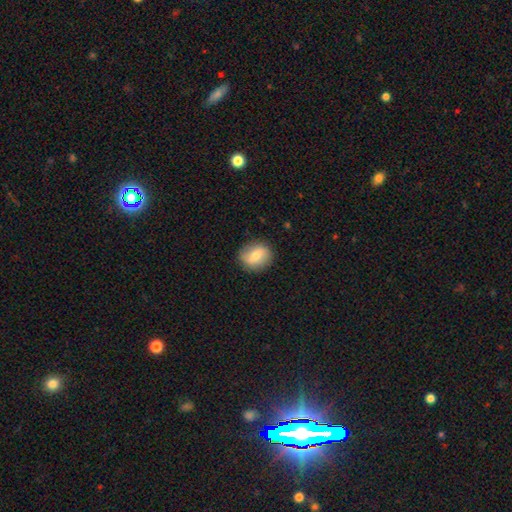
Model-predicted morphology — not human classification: A smooth galaxy with no disk features (67%) that is round (67%).

Vote fractions:
- Smooth or featured? smooth: 67% / featured or disk: 25% / star or artifact: 8%
- How rounded? round: 67% / in between: 32% / cigar-shaped: 2%
- Merging? none: 86% / minor disturbance: 10% / major disturbance: 3% / merger: 1%